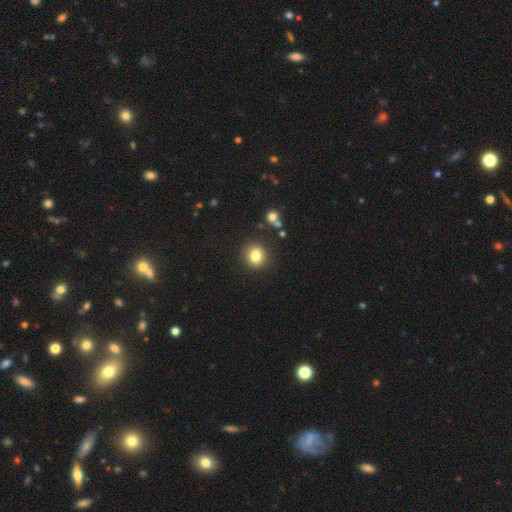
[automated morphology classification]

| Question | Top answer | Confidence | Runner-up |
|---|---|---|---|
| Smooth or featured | smooth | 82% | star or artifact (11%) |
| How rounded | round | 81% | in between (18%) |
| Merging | none | 87% | minor disturbance (8%) |